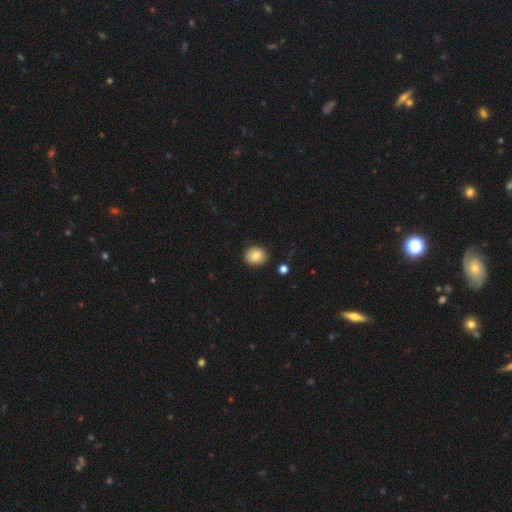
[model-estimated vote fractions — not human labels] smooth 85%, star or artifact 8%, featured or disk 7%. Down the decision tree: how rounded — round (60%); merging — none (86%).